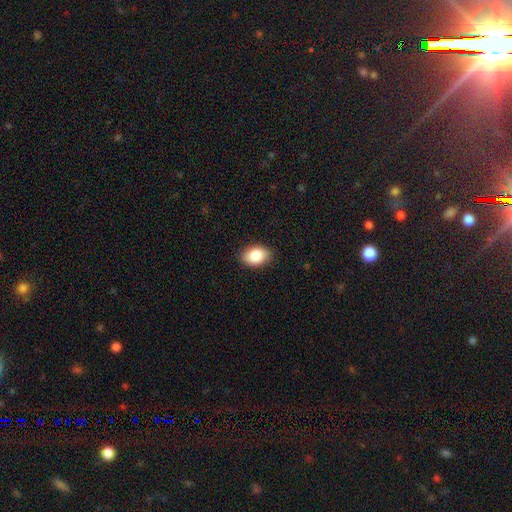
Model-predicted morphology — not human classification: smooth-or-featured: smooth: 86% | star or artifact: 7% | featured or disk: 7%
  how-rounded: in between: 84% | round: 15% | cigar-shaped: 1%
  merging: none: 88% | minor disturbance: 9% | major disturbance: 2% | merger: 1%